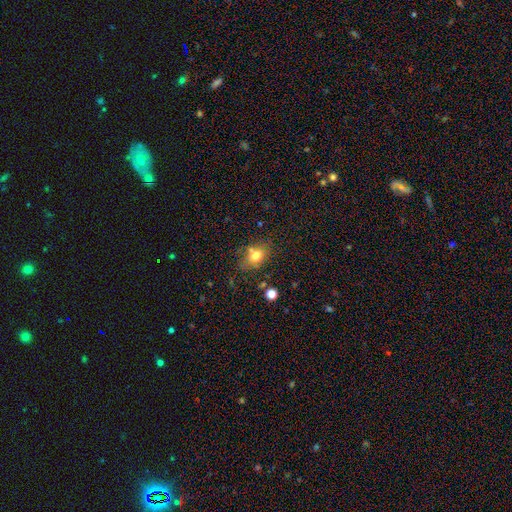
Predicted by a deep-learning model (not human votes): Morphology: type=smooth (73%); roundness=in between (67%); merging=none (65%).